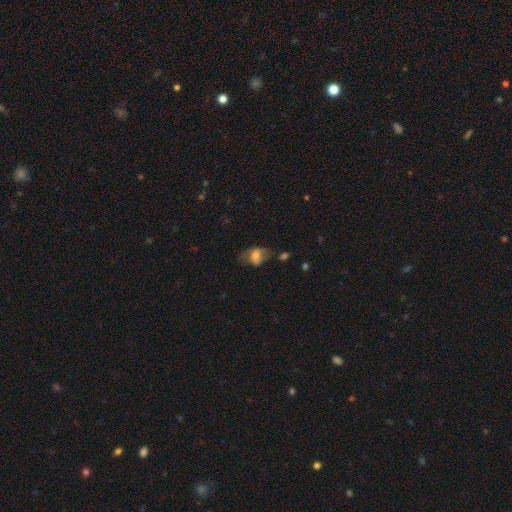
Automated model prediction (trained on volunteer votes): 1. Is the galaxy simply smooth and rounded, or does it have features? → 56% smooth, 34% featured or disk, 9% star or artifact.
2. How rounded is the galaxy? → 75% in between, 23% round, 2% cigar-shaped.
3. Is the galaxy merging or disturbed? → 49% none, 28% minor disturbance, 18% major disturbance, 5% merger.